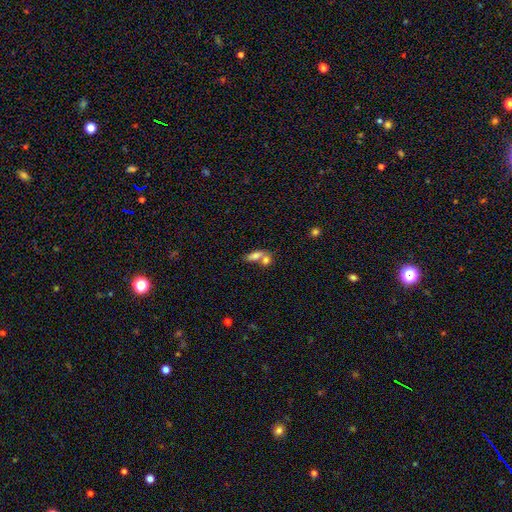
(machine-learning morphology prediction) smooth 74%, featured or disk 17%, star or artifact 9%. Down the decision tree: how rounded — in between (70%); merging — merger (54%).